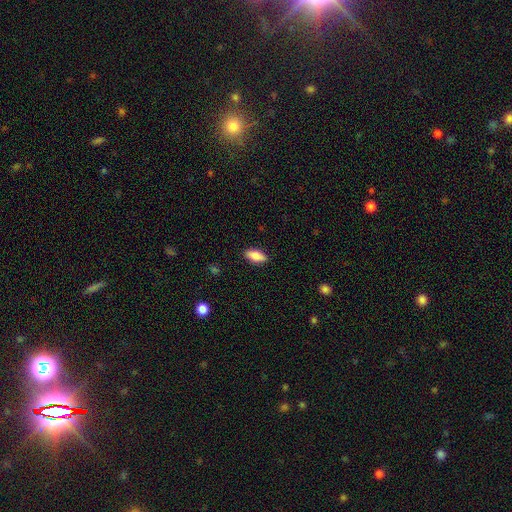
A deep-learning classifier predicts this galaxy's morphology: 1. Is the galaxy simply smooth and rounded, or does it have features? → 83% smooth, 11% featured or disk, 7% star or artifact.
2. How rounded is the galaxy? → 86% in between, 11% cigar-shaped, 3% round.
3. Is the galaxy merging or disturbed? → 88% none, 9% minor disturbance, 2% major disturbance, 1% merger.